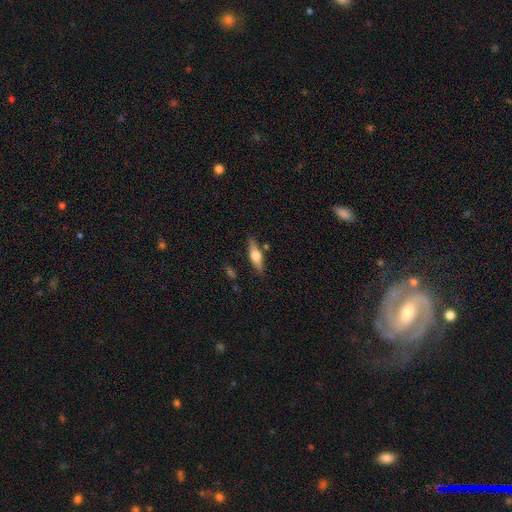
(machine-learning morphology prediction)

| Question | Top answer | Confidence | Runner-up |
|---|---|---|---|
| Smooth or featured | featured or disk | 49% | smooth (45%) |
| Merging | none | 81% | minor disturbance (12%) |